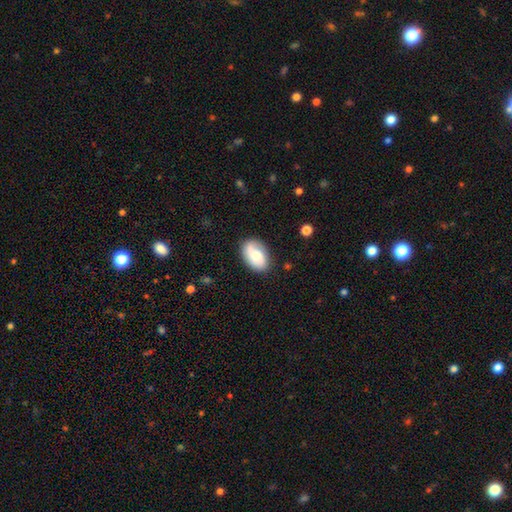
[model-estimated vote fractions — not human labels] A smooth galaxy with no disk features (56%) that is in between round and cigar-shaped (87%). Merging: none (72%).